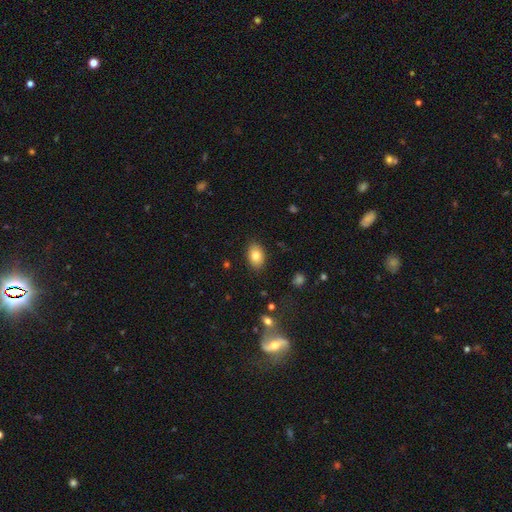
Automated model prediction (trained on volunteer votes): Overall: smooth (82%). How rounded: in between (86%). Merging: none (87%).